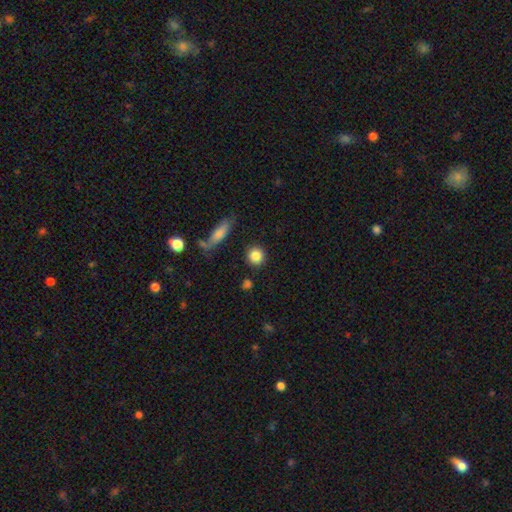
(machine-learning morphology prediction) This is clearly a smooth galaxy (85%). How rounded: clearly round (89%). Merging: clearly none (85%).